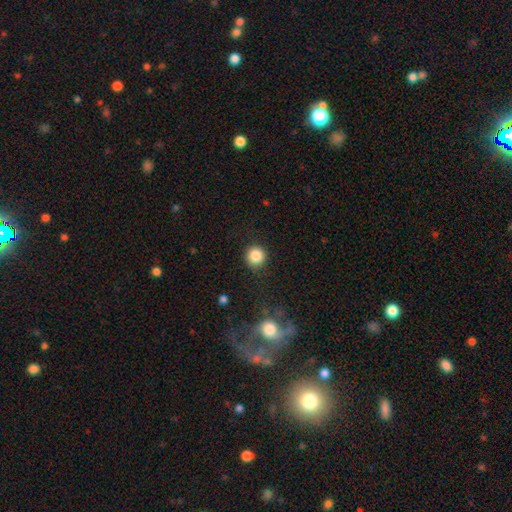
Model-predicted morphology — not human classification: A smooth galaxy with no disk features (85%) that is round (94%). Merging: none (89%).